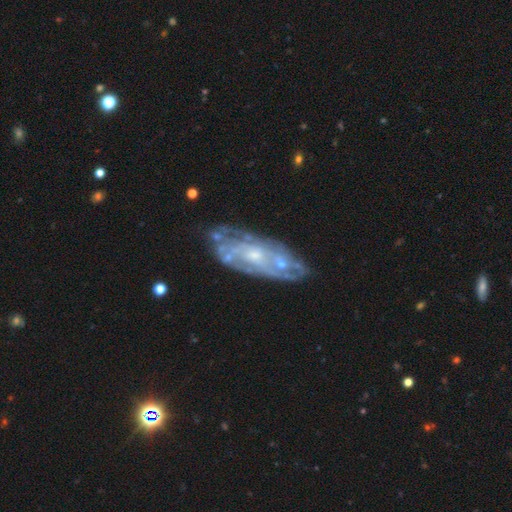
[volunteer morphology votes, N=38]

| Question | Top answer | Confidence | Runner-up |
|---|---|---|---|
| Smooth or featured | featured or disk | 87% | smooth (8%) |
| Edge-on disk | no | 100% | — |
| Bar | no | 67% | weak (30%) |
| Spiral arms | yes | 61% | no (39%) |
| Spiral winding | medium | 50% | tight (40%) |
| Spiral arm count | can't tell | 75% | 2 (10%) |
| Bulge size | small | 64% | moderate (30%) |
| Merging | none | 53% | minor disturbance (36%) |